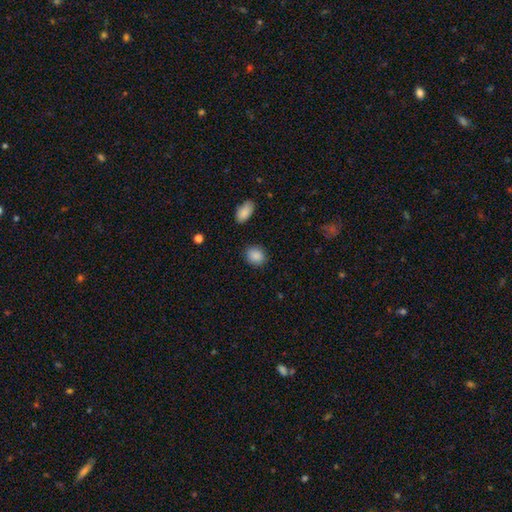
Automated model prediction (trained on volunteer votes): This is clearly a smooth galaxy (89%). How rounded: likely round (66%). Merging: clearly none (87%).